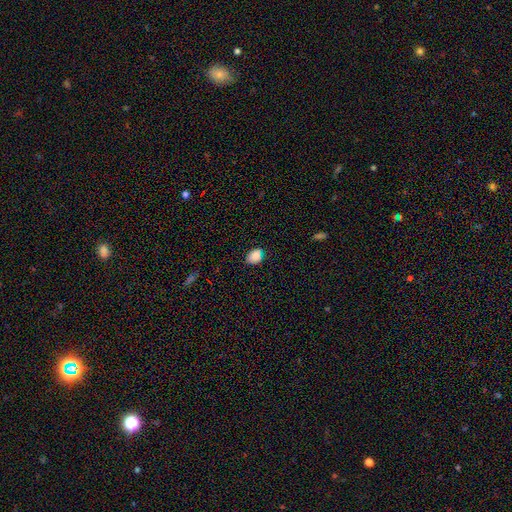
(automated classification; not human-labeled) A smooth galaxy with no disk features (85%) that is in between round and cigar-shaped (67%).

Vote fractions:
- Smooth or featured? smooth: 85% / star or artifact: 11% / featured or disk: 4%
- How rounded? in between: 67% / round: 32% / cigar-shaped: 1%
- Merging? none: 75% / minor disturbance: 19% / major disturbance: 3% / merger: 2%